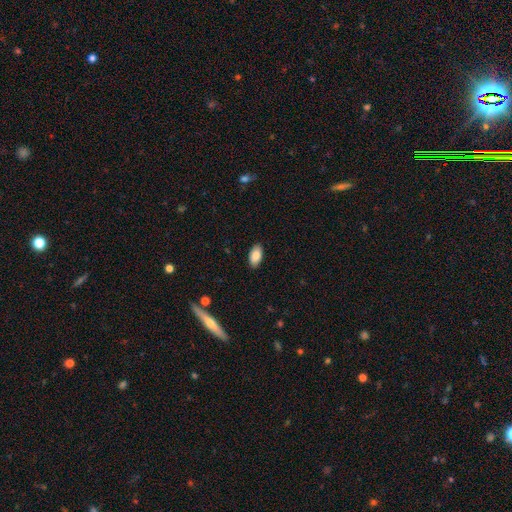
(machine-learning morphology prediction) The model was most divided on "merging": none: 88%, minor disturbance: 9%, major disturbance: 2%, merger: 1%. More confident: how rounded — in between (94%); smooth or featured — smooth (87%).